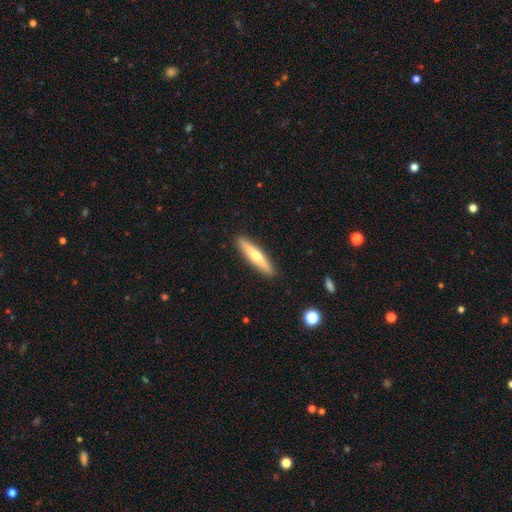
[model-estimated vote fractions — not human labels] Smooth or featured? Predicted: smooth (p=0.52). How rounded? Predicted: cigar-shaped (p=0.89). Merging? Predicted: none (p=0.91).